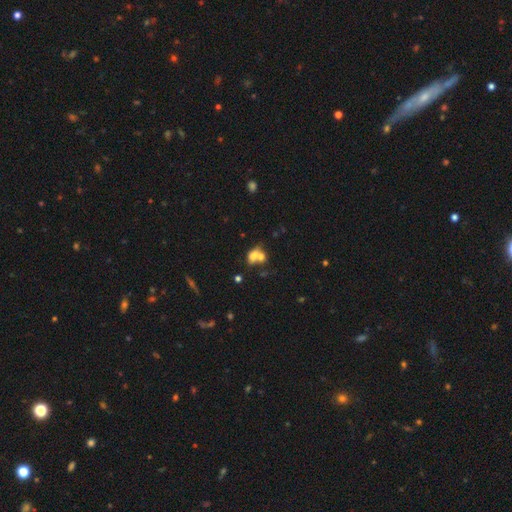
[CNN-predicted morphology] Q: Smooth or featured?
A: smooth (65%); runner-up: featured or disk (22%)
Q: How rounded?
A: in between (65%); runner-up: round (33%)
Q: Merging?
A: merger (60%); runner-up: none (24%)